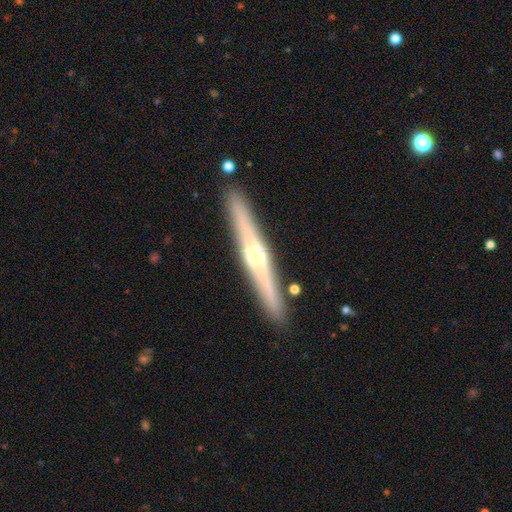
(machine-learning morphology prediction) smooth_or_featured: featured or disk (p=0.73) [alt: smooth p=0.21]
disk_edge_on: yes (p=0.97) [alt: no p=0.03]
edge_on_bulge: rounded (p=0.85) [alt: none p=0.08]
merging: none (p=0.90) [alt: minor disturbance p=0.07]